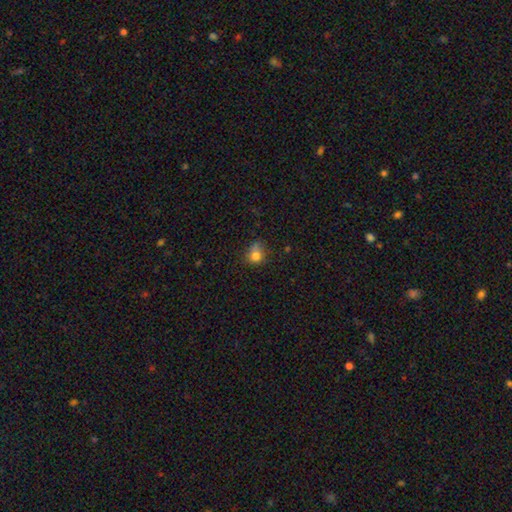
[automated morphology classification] A smooth galaxy with no disk features (78%) that is round (66%).

Vote fractions:
- Smooth or featured? smooth: 78% / star or artifact: 13% / featured or disk: 9%
- How rounded? round: 66% / in between: 33% / cigar-shaped: 1%
- Merging? none: 48% / minor disturbance: 33% / major disturbance: 13% / merger: 5%